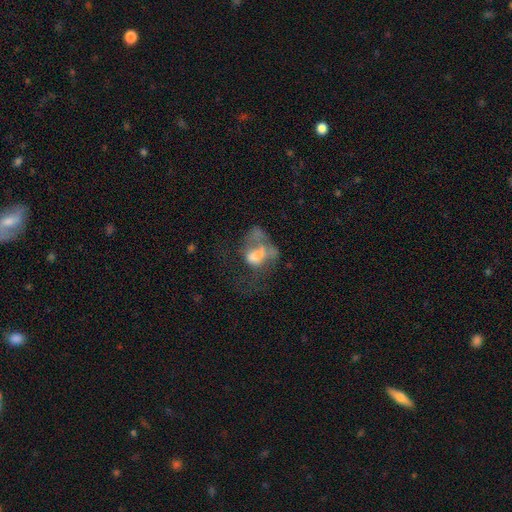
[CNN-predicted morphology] The model was most divided on "smooth or featured": featured or disk: 46%, smooth: 40%, star or artifact: 14%. More confident: merging — major disturbance (52%).